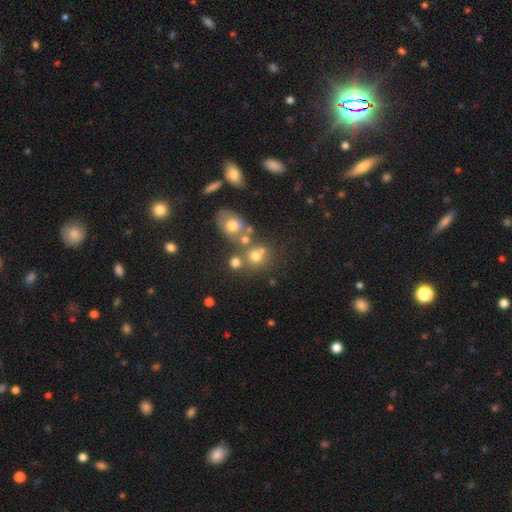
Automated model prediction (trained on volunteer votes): The model was most divided on "merging": none: 50%, merger: 33%, minor disturbance: 11%, major disturbance: 6%. More confident: how rounded — round (77%); smooth or featured — smooth (66%).